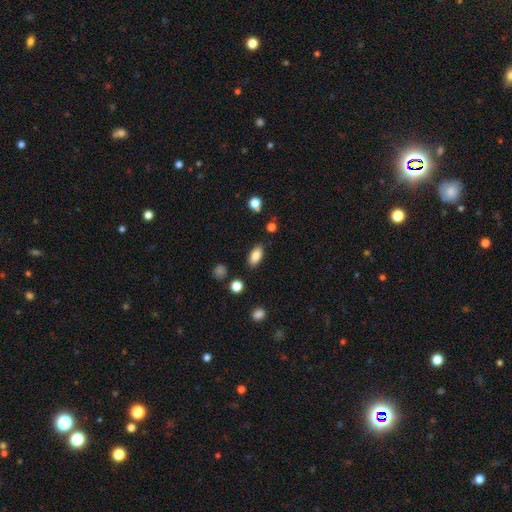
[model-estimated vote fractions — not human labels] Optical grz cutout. It shows a smooth galaxy with no disk features (83%) that is in between round and cigar-shaped (89%). Merging: none (85%).